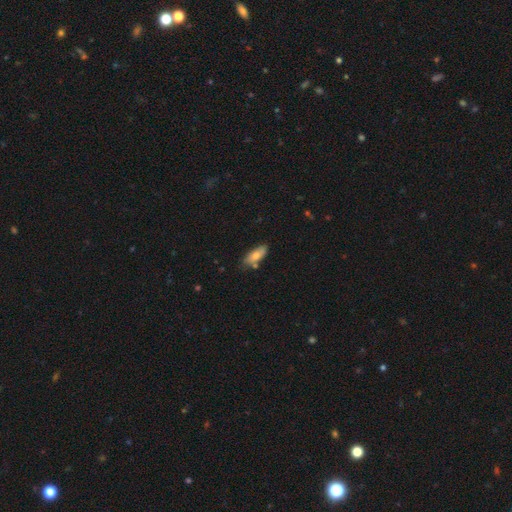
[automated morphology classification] smooth_or_featured: smooth (p=0.70) [alt: featured or disk p=0.23]
how_rounded: in between (p=0.75) [alt: cigar-shaped p=0.22]
merging: none (p=0.68) [alt: minor disturbance p=0.21]